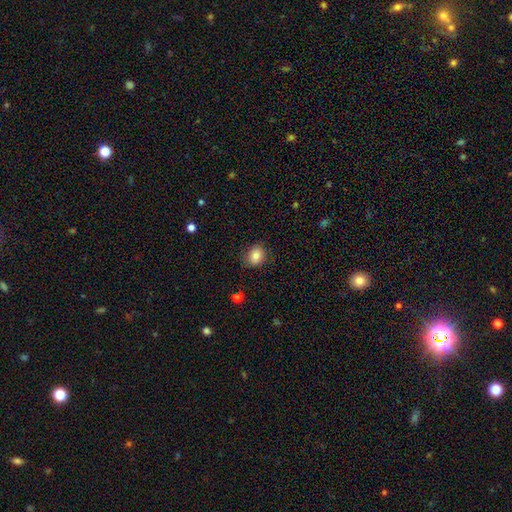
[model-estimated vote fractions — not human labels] Smooth or featured?
  - smooth: 82% *
  - star or artifact: 10%
  - featured or disk: 9%
How rounded?
  - round: 53% *
  - in between: 46%
  - cigar-shaped: 1%
Merging?
  - none: 83% *
  - minor disturbance: 13%
  - major disturbance: 3%
  - merger: 1%